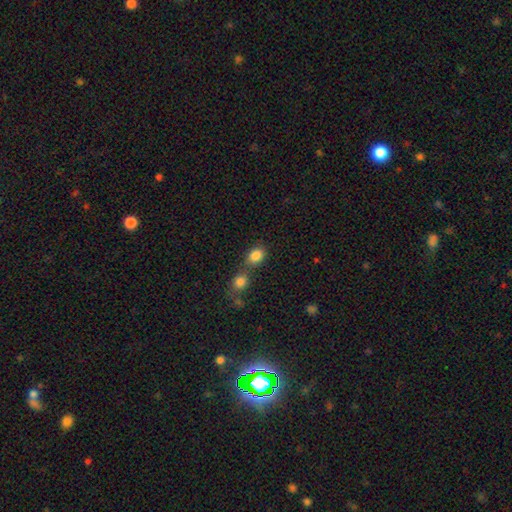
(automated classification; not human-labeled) Overall: smooth (85%). How rounded: in between (61%; round 38%). Merging: none (50%; merger 36%).